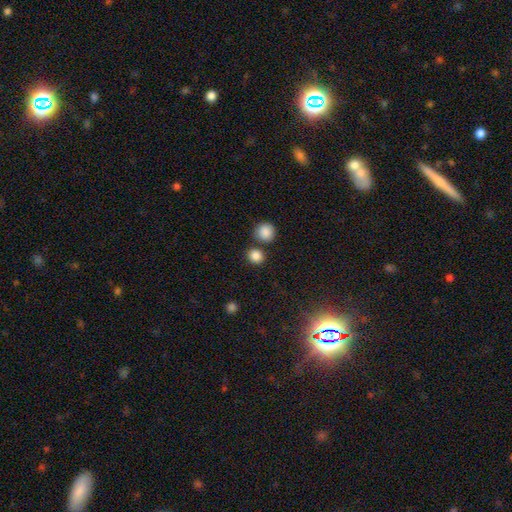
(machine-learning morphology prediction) smooth 85%, star or artifact 11%, featured or disk 4%. Down the decision tree: how rounded — round (82%); merging — none (73%).